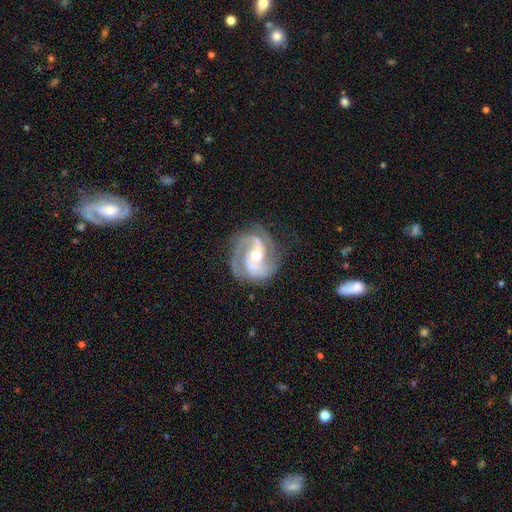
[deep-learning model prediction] featured or disk 90%, smooth 5%, star or artifact 5%. Down the decision tree: edge-on disk — no (98%); bar — no (40%); spiral arms — yes (97%); spiral arm count — 2 (62%); spiral winding — medium (51%); bulge size — moderate (66%); merging — none (70%).